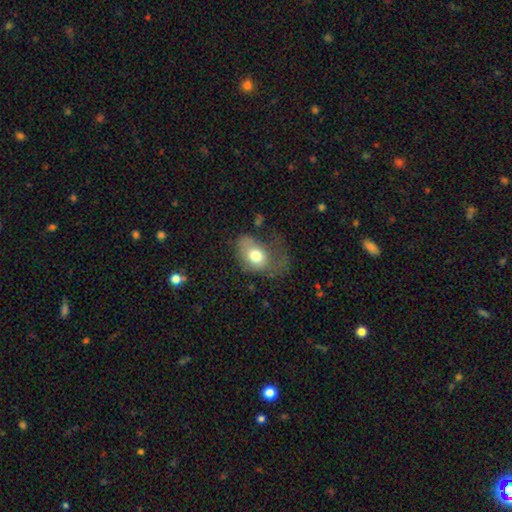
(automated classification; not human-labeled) Q: Smooth or featured?
A: smooth (68%); runner-up: featured or disk (24%)
Q: How rounded?
A: in between (76%); runner-up: round (23%)
Q: Merging?
A: major disturbance (46%); runner-up: minor disturbance (27%)